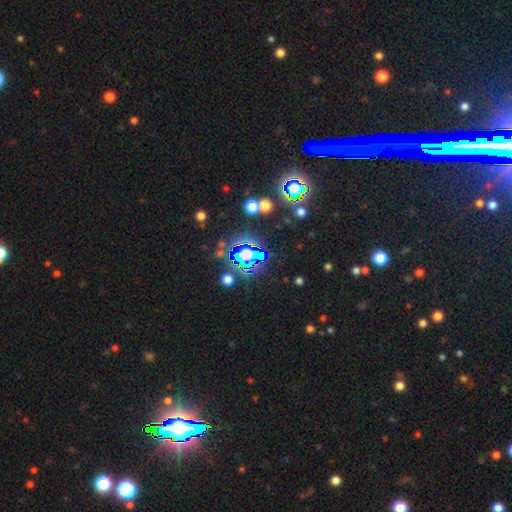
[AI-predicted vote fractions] A star or artifact, not a galaxy (69%).

Vote fractions:
- Smooth or featured? star or artifact: 69% / smooth: 20% / featured or disk: 11%